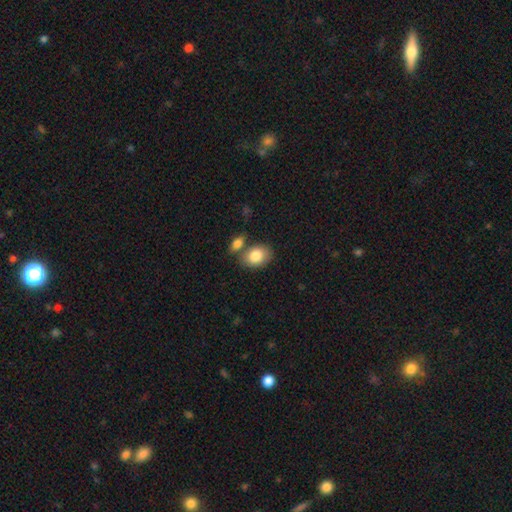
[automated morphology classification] smooth-or-featured: smooth: 84% | featured or disk: 10% | star or artifact: 7%
  how-rounded: in between: 74% | round: 25% | cigar-shaped: 1%
  merging: none: 59% | merger: 25% | minor disturbance: 12% | major disturbance: 4%